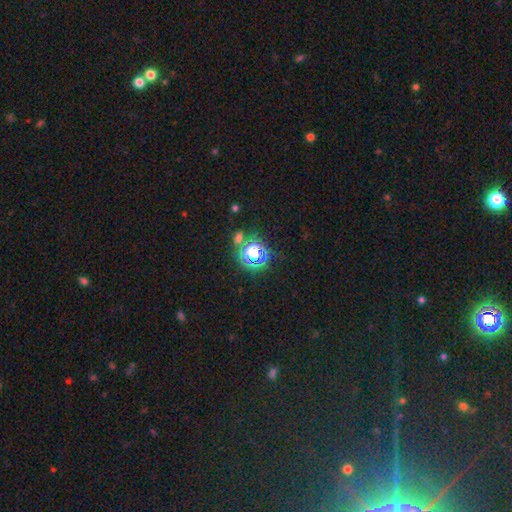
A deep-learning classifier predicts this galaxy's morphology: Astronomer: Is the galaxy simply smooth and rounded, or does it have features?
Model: star or artifact — 61%.